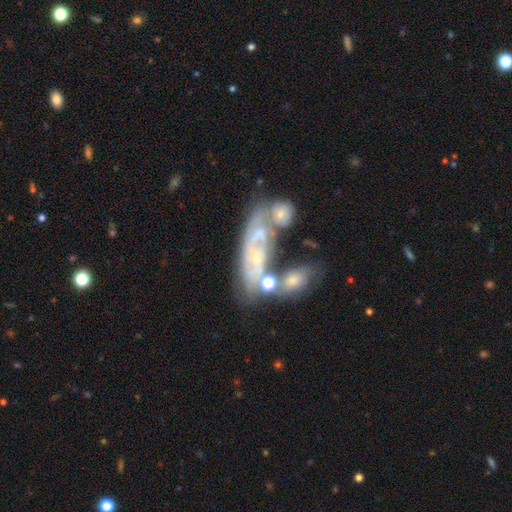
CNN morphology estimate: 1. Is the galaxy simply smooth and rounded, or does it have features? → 68% featured or disk, 21% smooth, 11% star or artifact.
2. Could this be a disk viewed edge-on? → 86% no, 14% yes.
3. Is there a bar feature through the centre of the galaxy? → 73% no, 19% weak, 7% strong.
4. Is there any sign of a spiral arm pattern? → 60% yes, 40% no.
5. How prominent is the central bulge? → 63% small, 20% moderate, 13% none, 2% large, 2% dominant.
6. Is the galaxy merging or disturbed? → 42% merger, 29% none, 16% minor disturbance, 14% major disturbance.